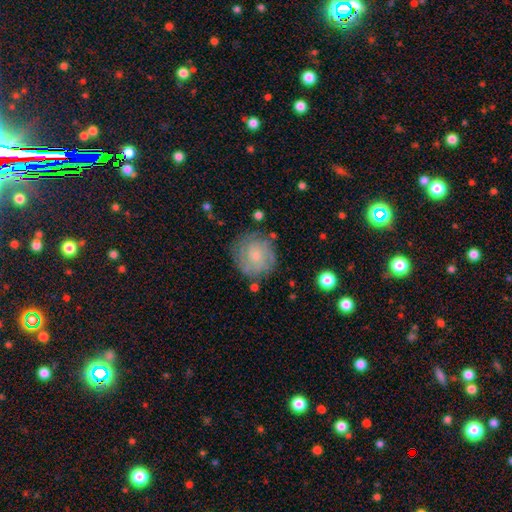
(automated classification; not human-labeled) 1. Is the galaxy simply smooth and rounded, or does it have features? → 51% featured or disk, 42% smooth, 8% star or artifact.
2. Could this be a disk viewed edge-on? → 98% no, 2% yes.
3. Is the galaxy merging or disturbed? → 72% none, 18% minor disturbance, 7% major disturbance, 3% merger.